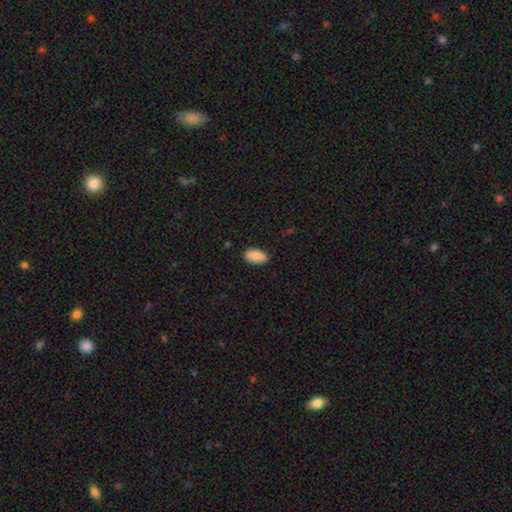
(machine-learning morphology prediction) This appears to be a smooth galaxy with no disk features (88%) that is in between round and cigar-shaped (94%). Merging: none (87%).